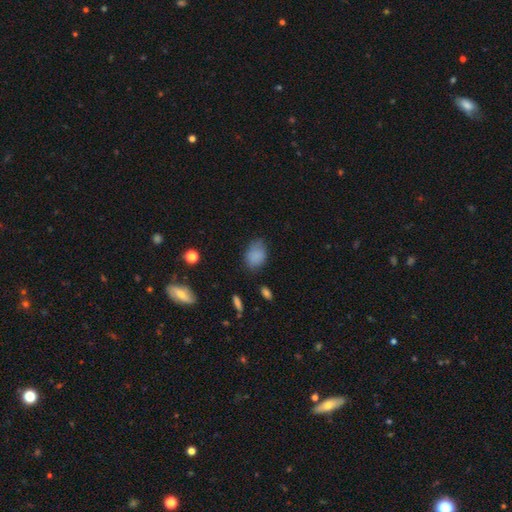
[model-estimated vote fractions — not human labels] This appears to be a smooth galaxy with no disk features (84%) that is in between round and cigar-shaped (74%). Merging: none (66%).